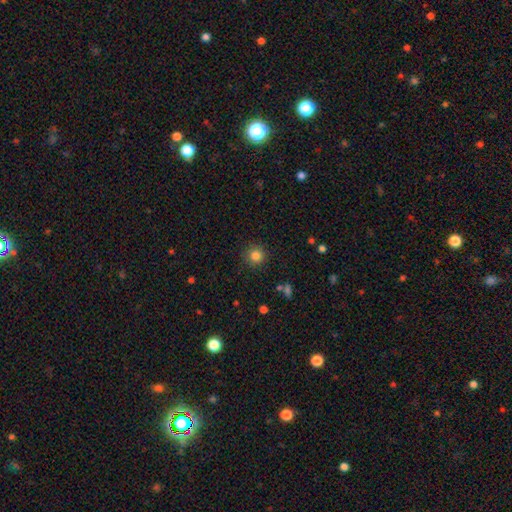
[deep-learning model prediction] Smooth or featured? Predicted: smooth (p=0.83). How rounded? Predicted: round (p=0.94). Merging? Predicted: none (p=0.89).